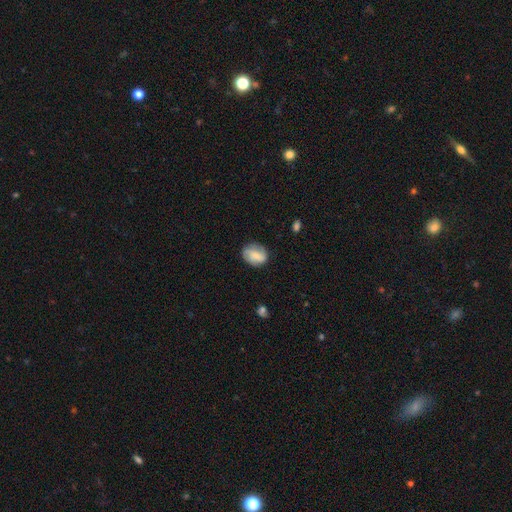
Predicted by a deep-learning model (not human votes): A smooth galaxy with no disk features (54%) that is in between round and cigar-shaped (53%). Merging: none (71%).